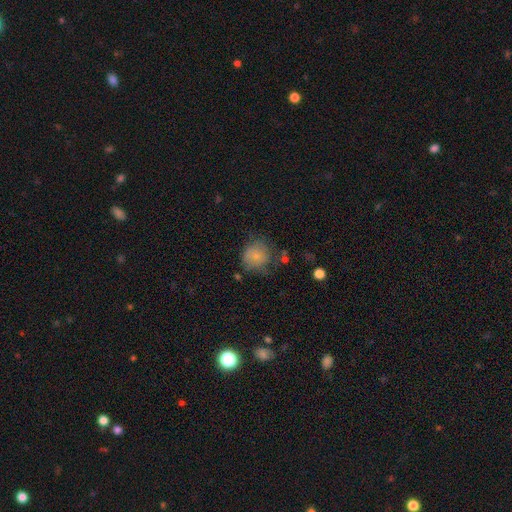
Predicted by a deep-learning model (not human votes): Smooth or featured: smooth — 76% (featured or disk — 14%)
How rounded: round — 85% (in between — 14%)
Merging: none — 57% (minor disturbance — 27%)